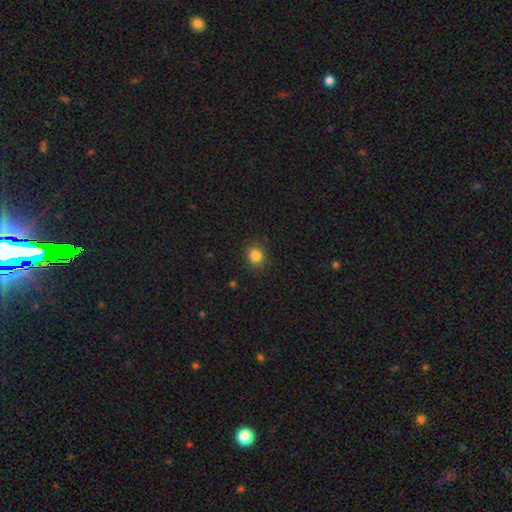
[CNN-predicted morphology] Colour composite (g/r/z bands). It shows a smooth galaxy with no disk features (84%) that is round (83%). Merging: none (90%).